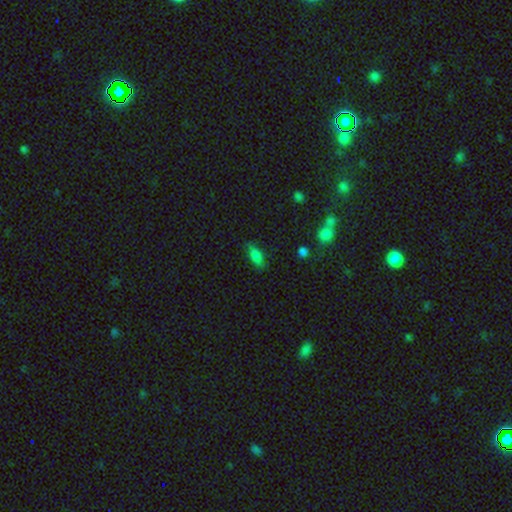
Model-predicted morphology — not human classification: Smooth or featured? smooth (78%)
How rounded? in between (81%)
Merging? none (76%)